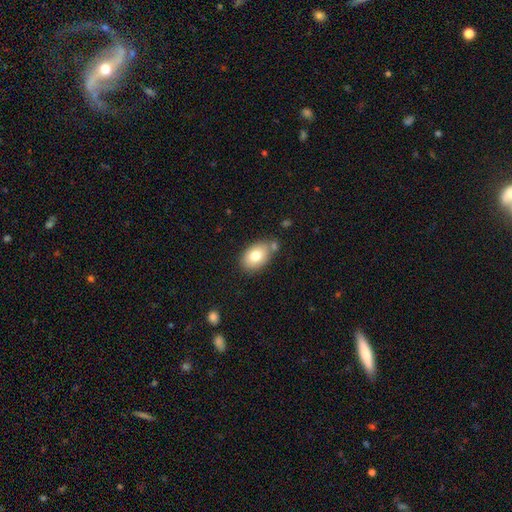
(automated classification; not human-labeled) smooth 78%, featured or disk 14%, star or artifact 8%. Down the decision tree: how rounded — in between (84%); merging — none (66%).